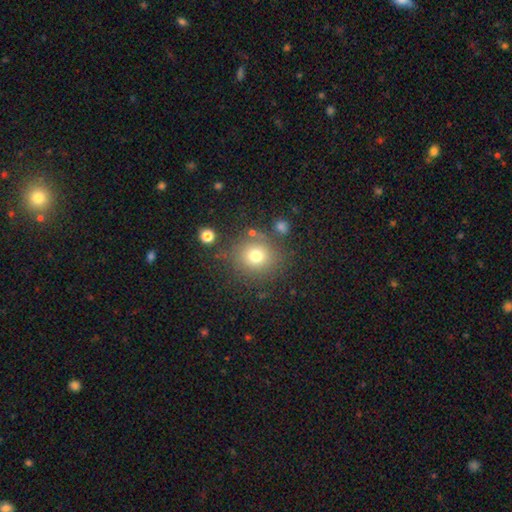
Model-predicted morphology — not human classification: Smooth or featured? smooth (74%)
How rounded? round (88%)
Merging? none (79%)